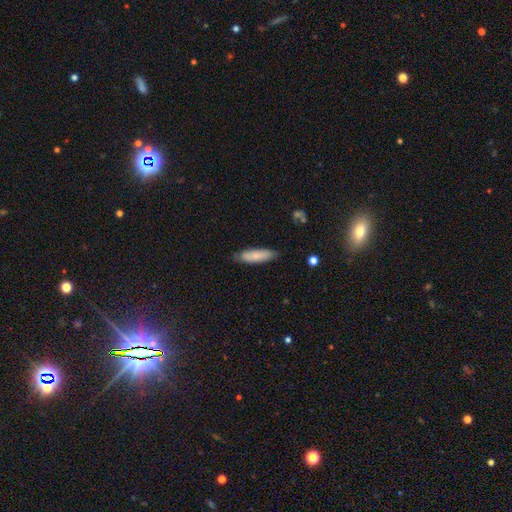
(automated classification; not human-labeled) Smooth or featured? smooth (78%)
How rounded? cigar-shaped (56%)
Merging? none (80%)